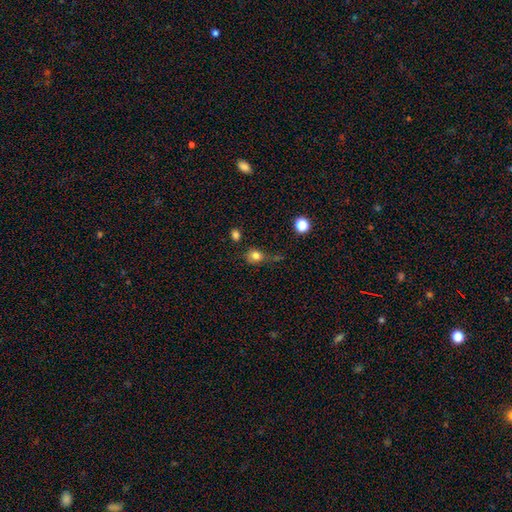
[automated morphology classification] smooth 80%, star or artifact 12%, featured or disk 8%. Down the decision tree: how rounded — round (60%); merging — none (53%).